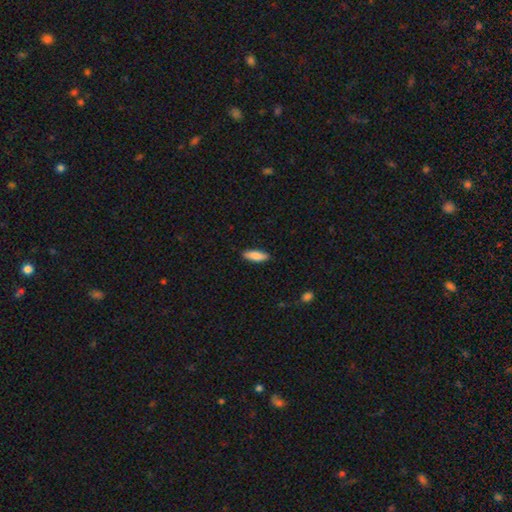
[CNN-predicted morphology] Smooth or featured?
  - smooth: 84% *
  - featured or disk: 10%
  - star or artifact: 6%
How rounded?
  - in between: 54% *
  - cigar-shaped: 45%
  - round: 2%
Merging?
  - none: 88% *
  - minor disturbance: 9%
  - major disturbance: 2%
  - merger: 1%